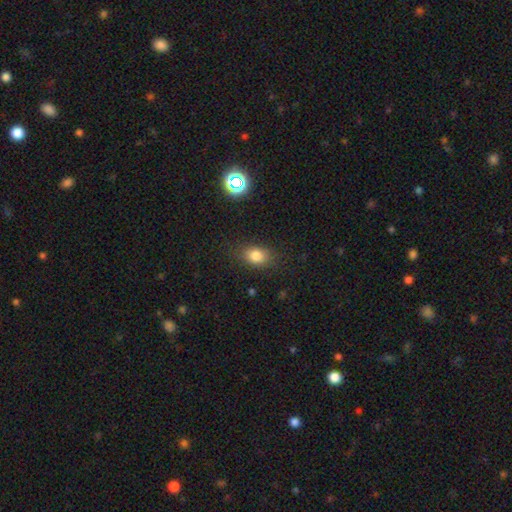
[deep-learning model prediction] Overall: smooth (80%). How rounded: in between (64%; round 35%). Merging: none (82%).